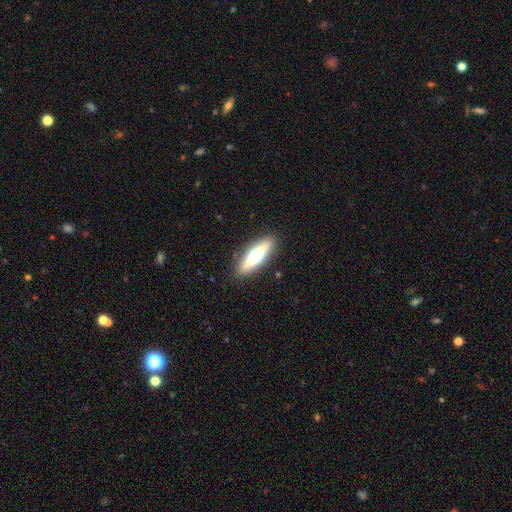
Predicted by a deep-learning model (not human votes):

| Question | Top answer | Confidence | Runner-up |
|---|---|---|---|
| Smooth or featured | featured or disk | 47% | tied: smooth (47%) |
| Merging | none | 88% | minor disturbance (9%) |